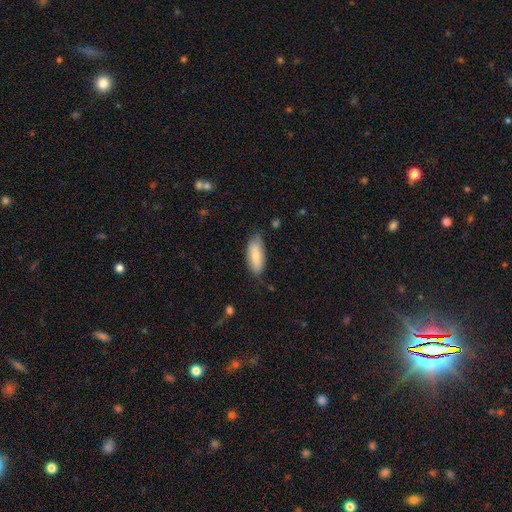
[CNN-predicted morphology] smooth_or_featured: smooth (p=0.77) [alt: featured or disk p=0.17]
how_rounded: in between (p=0.82) [alt: cigar-shaped p=0.16]
merging: none (p=0.75) [alt: minor disturbance p=0.20]